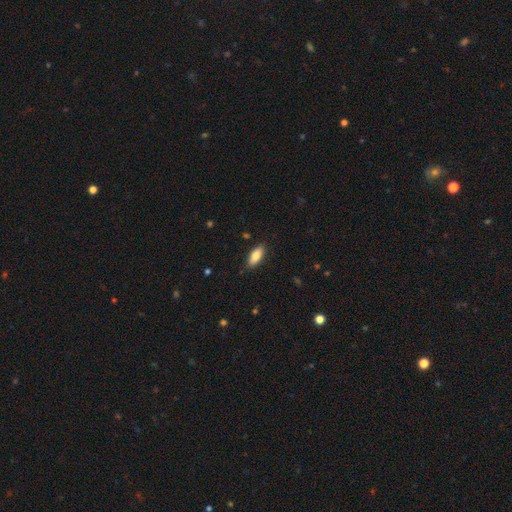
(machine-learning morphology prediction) A smooth galaxy with no disk features (82%) that is in between round and cigar-shaped (81%).

Vote fractions:
- Smooth or featured? smooth: 82% / featured or disk: 11% / star or artifact: 7%
- How rounded? in between: 81% / cigar-shaped: 17% / round: 2%
- Merging? none: 86% / minor disturbance: 10% / major disturbance: 2% / merger: 1%